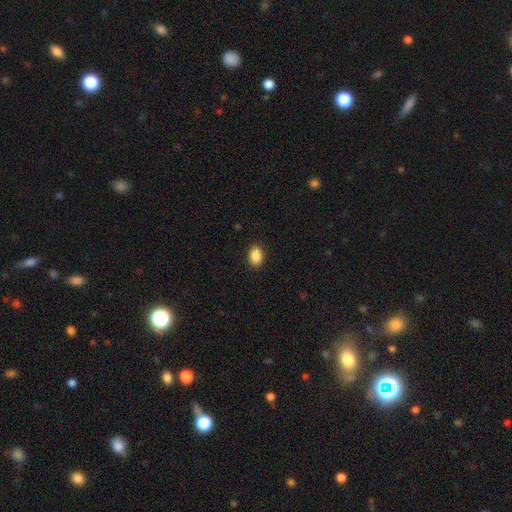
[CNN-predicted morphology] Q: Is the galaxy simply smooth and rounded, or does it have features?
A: smooth — 89%.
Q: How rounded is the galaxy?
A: in between — 78%.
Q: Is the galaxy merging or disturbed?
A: none — 90%.